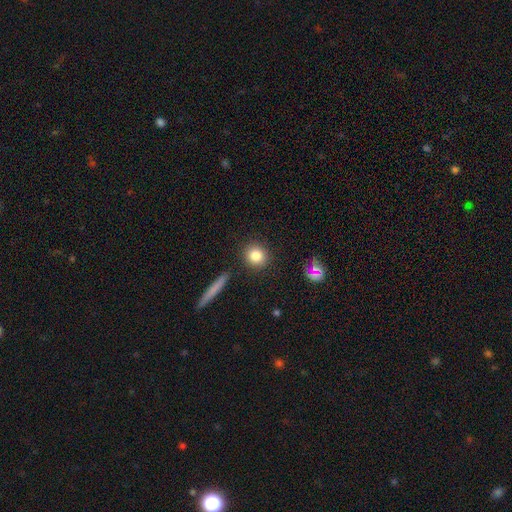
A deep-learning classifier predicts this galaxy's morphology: The model was most divided on "smooth or featured": smooth: 82%, star or artifact: 10%, featured or disk: 8%. More confident: merging — none (89%); how rounded — round (86%).